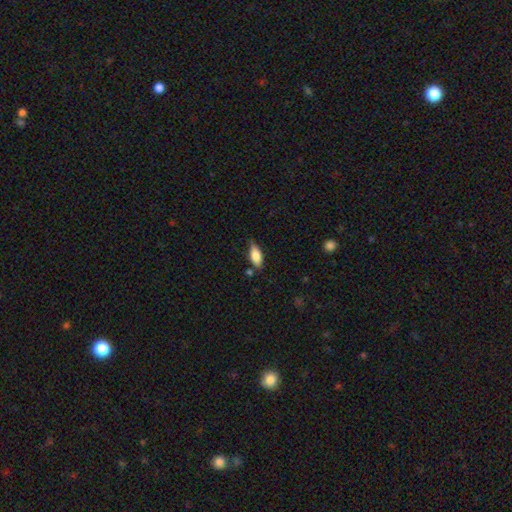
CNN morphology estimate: The model was most divided on "merging": none: 68%, minor disturbance: 23%, merger: 4%, major disturbance: 4%. More confident: how rounded — in between (82%); smooth or featured — smooth (77%).